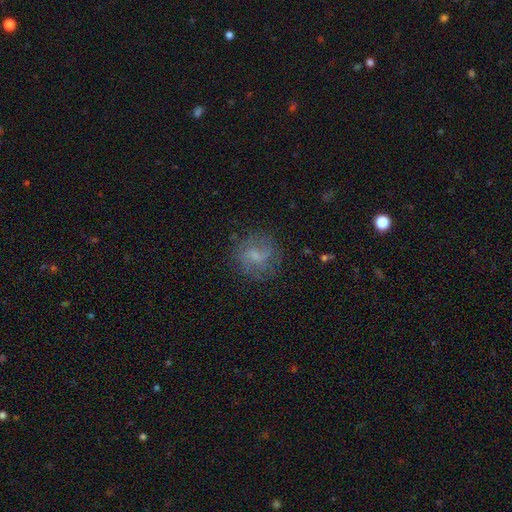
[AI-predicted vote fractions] Smooth or featured?
  - featured or disk: 50% *
  - smooth: 39%
  - star or artifact: 11%
Merging?
  - none: 73% *
  - minor disturbance: 17%
  - major disturbance: 9%
  - merger: 1%